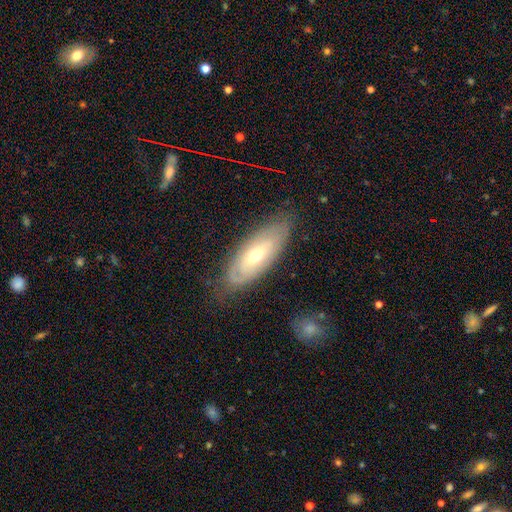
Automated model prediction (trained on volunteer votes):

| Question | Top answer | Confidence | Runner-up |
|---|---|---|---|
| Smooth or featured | featured or disk | 56% | smooth (37%) |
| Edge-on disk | no | 77% | yes (23%) |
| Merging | none | 76% | minor disturbance (18%) |